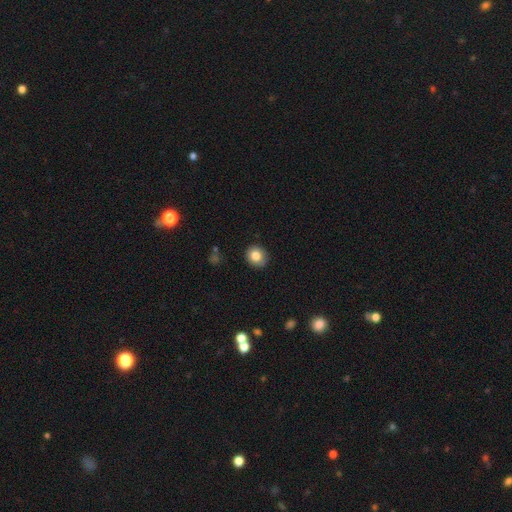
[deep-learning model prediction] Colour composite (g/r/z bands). It shows a smooth galaxy with no disk features (81%) that is round (78%). Merging: none (87%).